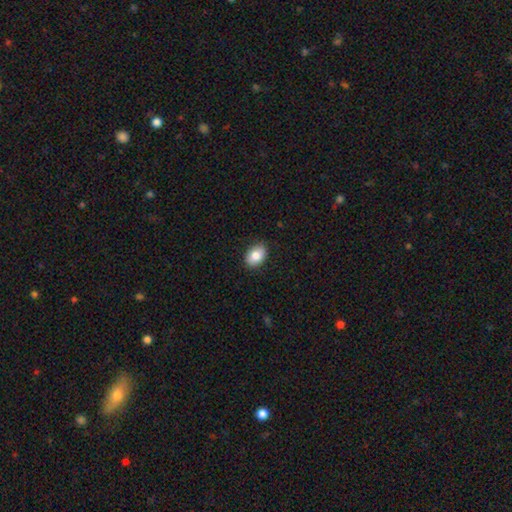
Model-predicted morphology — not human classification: Smooth or featured? Predicted: smooth (p=0.84). How rounded? Predicted: in between (p=0.77). Merging? Predicted: none (p=0.88).